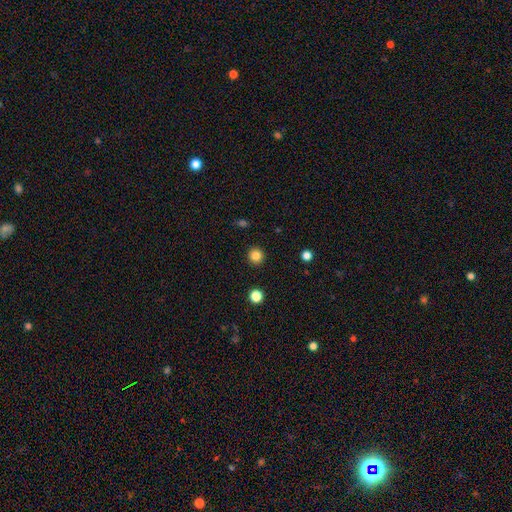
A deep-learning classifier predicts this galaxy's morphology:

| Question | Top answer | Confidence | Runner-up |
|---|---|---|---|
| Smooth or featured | smooth | 84% | star or artifact (12%) |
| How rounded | round | 95% | in between (4%) |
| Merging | none | 93% | minor disturbance (4%) |